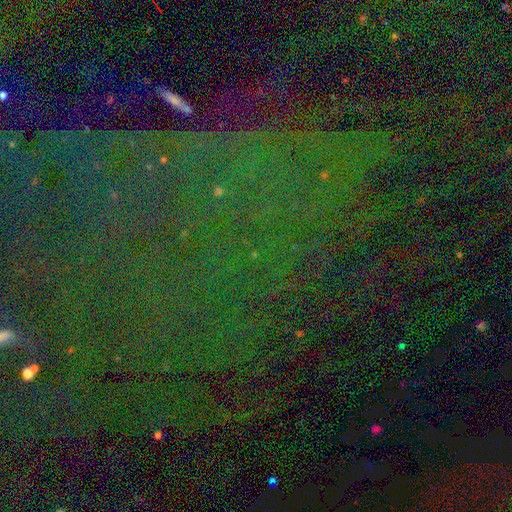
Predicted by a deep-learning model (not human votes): The model was most divided on "smooth or featured": star or artifact: 84%, smooth: 8%, featured or disk: 8%.